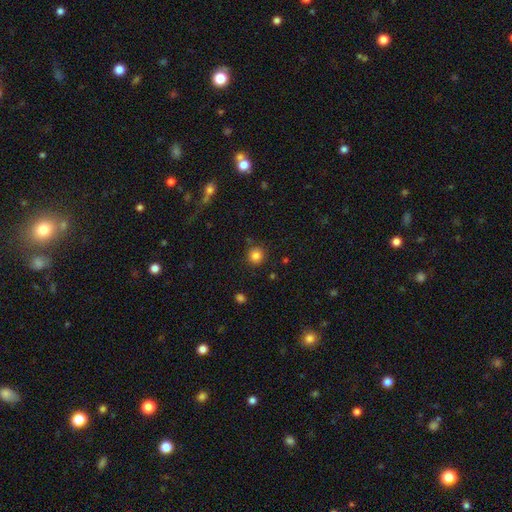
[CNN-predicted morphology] Overall: smooth (83%). How rounded: round (92%). Merging: none (88%).